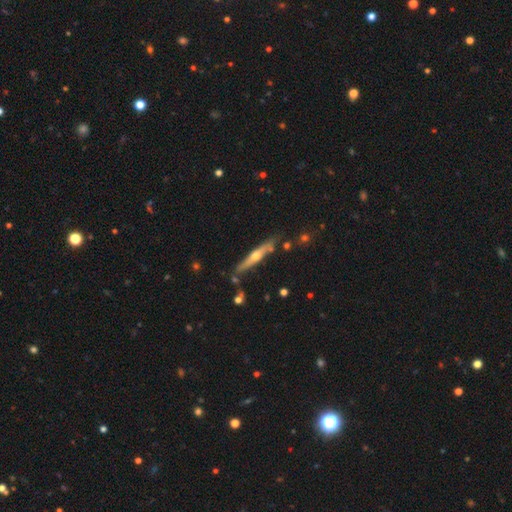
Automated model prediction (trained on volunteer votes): This appears to be a featured or disk galaxy (65%) viewed edge-on (93%) with a rounded central bulge (87%). Merging: none (78%).